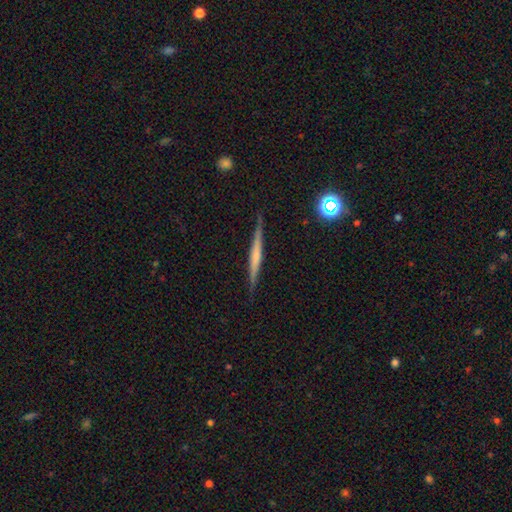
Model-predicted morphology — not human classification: smooth_or_featured: featured or disk (p=0.62) [alt: smooth p=0.31]
disk_edge_on: yes (p=0.97) [alt: no p=0.03]
edge_on_bulge: none (p=0.49) [alt: rounded p=0.35]
merging: none (p=0.88) [alt: minor disturbance p=0.09]